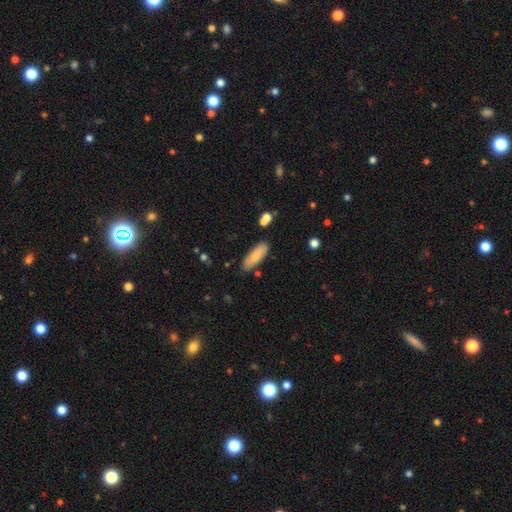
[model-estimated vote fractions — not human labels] A smooth galaxy with no disk features (78%) that is in between round and cigar-shaped (60%). Merging: none (81%).